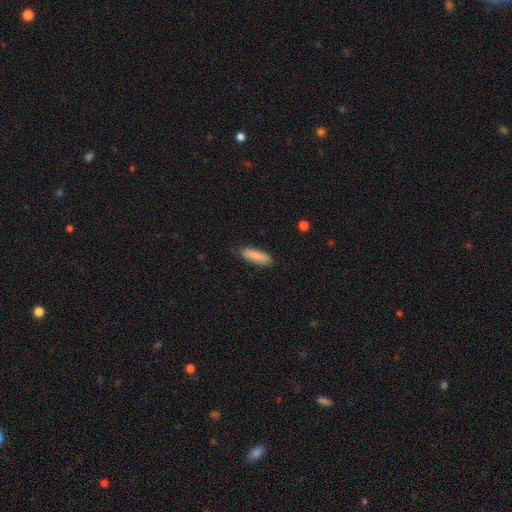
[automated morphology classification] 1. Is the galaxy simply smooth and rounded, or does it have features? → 86% smooth, 8% featured or disk, 6% star or artifact.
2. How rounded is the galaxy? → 49% cigar-shaped (tied), 49% in between (tied), 2% round.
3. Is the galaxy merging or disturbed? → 83% none, 13% minor disturbance, 2% major disturbance, 1% merger.